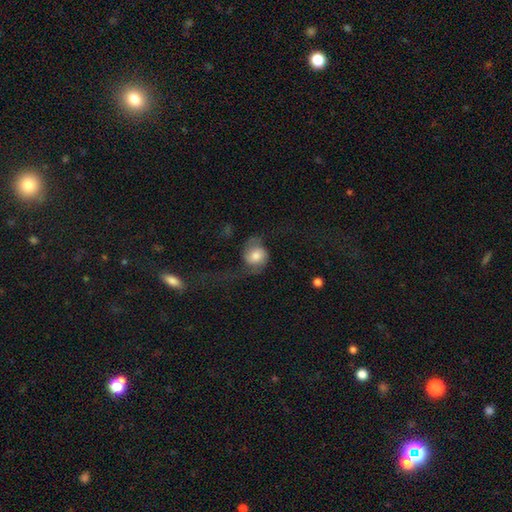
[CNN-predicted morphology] The model was most divided on "smooth or featured": featured or disk: 48%, smooth: 44%, star or artifact: 8%. Remaining: merging — major disturbance (43%).